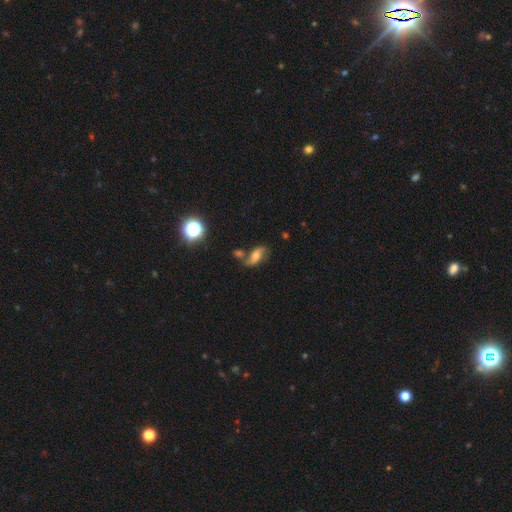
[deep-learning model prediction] Smooth or featured: featured or disk — 47% (smooth — 38%)
Merging: none — 47% (merger — 26%)